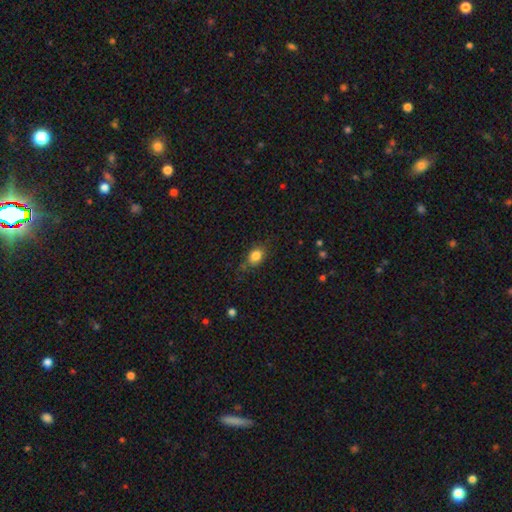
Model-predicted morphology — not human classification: Smooth or featured?
  - smooth: 84% *
  - star or artifact: 10%
  - featured or disk: 7%
How rounded?
  - in between: 69% *
  - round: 29%
  - cigar-shaped: 2%
Merging?
  - none: 73% *
  - minor disturbance: 19%
  - major disturbance: 5%
  - merger: 2%